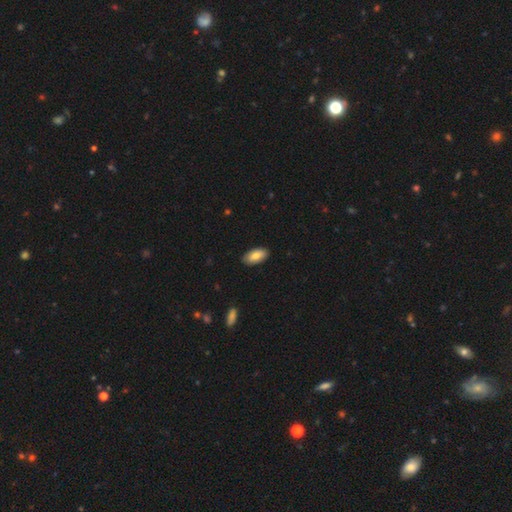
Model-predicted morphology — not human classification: A smooth galaxy with no disk features (79%) that is in between round and cigar-shaped (94%).

Vote fractions:
- Smooth or featured? smooth: 79% / featured or disk: 15% / star or artifact: 6%
- How rounded? in between: 94% / cigar-shaped: 4% / round: 2%
- Merging? none: 88% / minor disturbance: 9% / major disturbance: 2% / merger: 1%